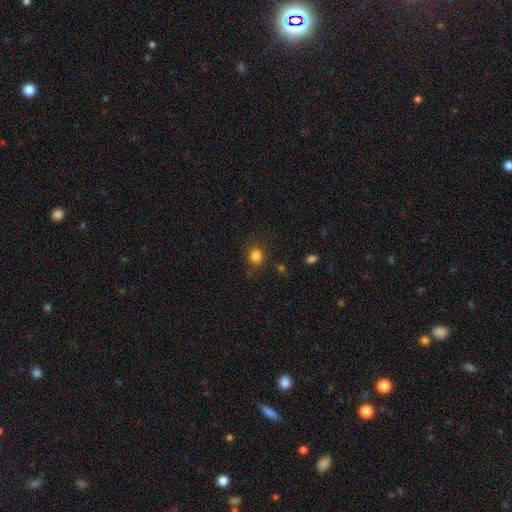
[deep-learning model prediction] Morphology: type=smooth (83%); roundness=round (78%); merging=none (83%).